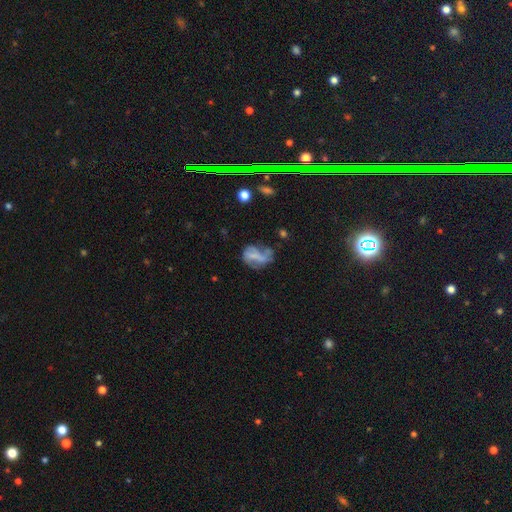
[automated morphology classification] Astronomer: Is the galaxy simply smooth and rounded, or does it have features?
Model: featured or disk — 51% (runner-up: smooth, 38%).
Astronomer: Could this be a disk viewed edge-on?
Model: no — 97%.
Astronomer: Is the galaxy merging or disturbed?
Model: major disturbance — 37% (runner-up: none, 31%).